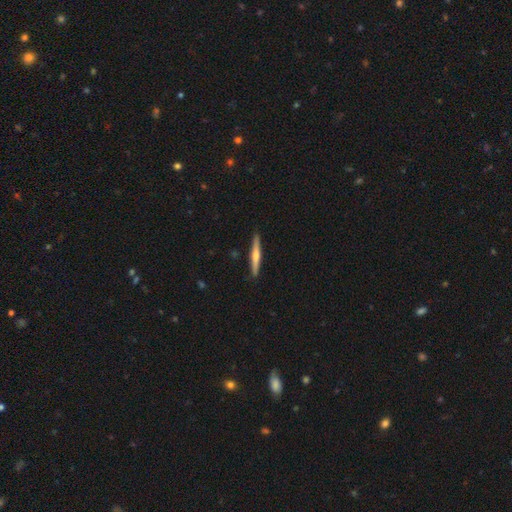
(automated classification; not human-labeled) The model was most divided on "smooth or featured": featured or disk: 53%, smooth: 42%, star or artifact: 5%. More confident: edge-on disk — yes (97%); merging — none (91%); edge-on bulge — rounded (73%).